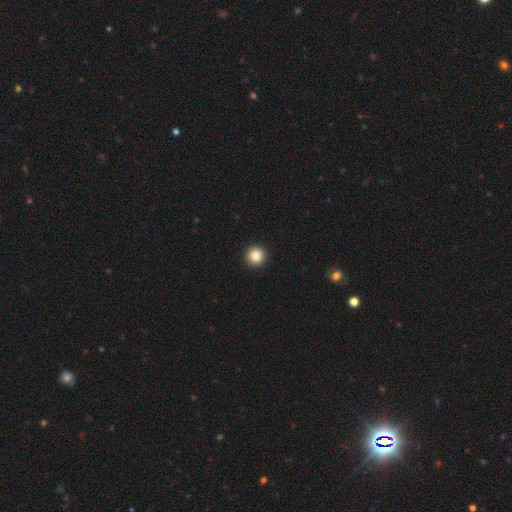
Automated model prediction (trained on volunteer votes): A smooth galaxy with no disk features (85%) that is round (96%).

Vote fractions:
- Smooth or featured? smooth: 85% / star or artifact: 10% / featured or disk: 4%
- How rounded? round: 96% / in between: 3% / cigar-shaped: 1%
- Merging? none: 94% / minor disturbance: 4% / major disturbance: 1% / merger: 1%